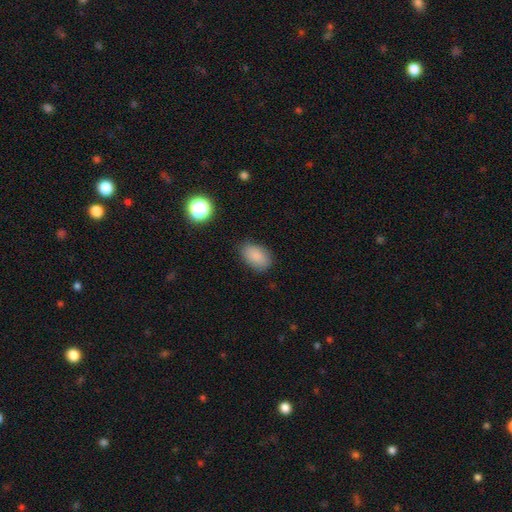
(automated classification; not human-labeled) A smooth galaxy with no disk features (86%) that is in between round and cigar-shaped (88%).

Vote fractions:
- Smooth or featured? smooth: 86% / star or artifact: 8% / featured or disk: 5%
- How rounded? in between: 88% / round: 11% / cigar-shaped: 1%
- Merging? none: 81% / minor disturbance: 14% / major disturbance: 3% / merger: 1%